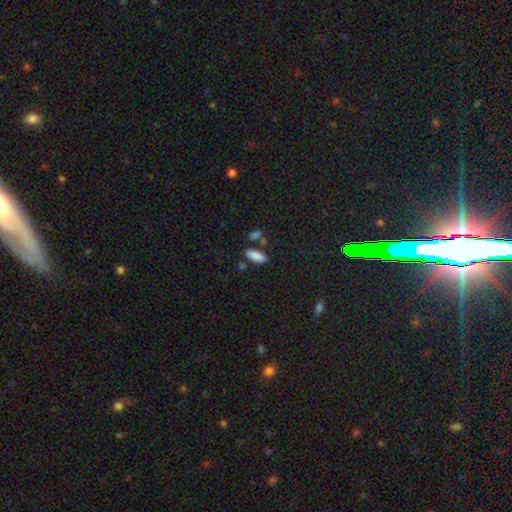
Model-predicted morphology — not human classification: A smooth galaxy with no disk features (88%) that is in between round and cigar-shaped (85%). Merging: none (74%).